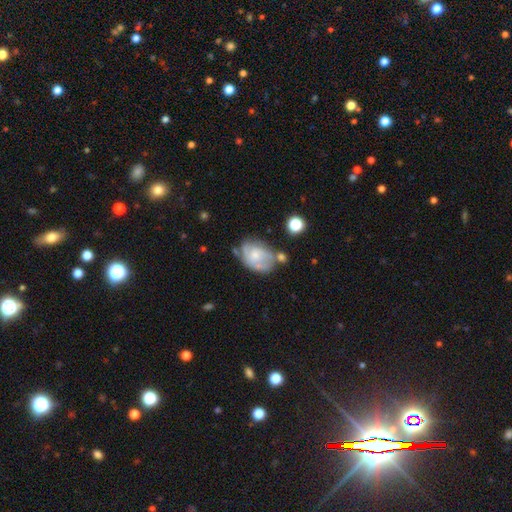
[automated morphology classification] Smooth or featured? Predicted: featured or disk (p=0.55). Edge-on disk? Predicted: no (p=0.97). Bar? Predicted: no (p=0.76). Spiral arms? Predicted: yes (p=0.69). Bulge size? Predicted: small (p=0.57). Merging? Predicted: none (p=0.44).